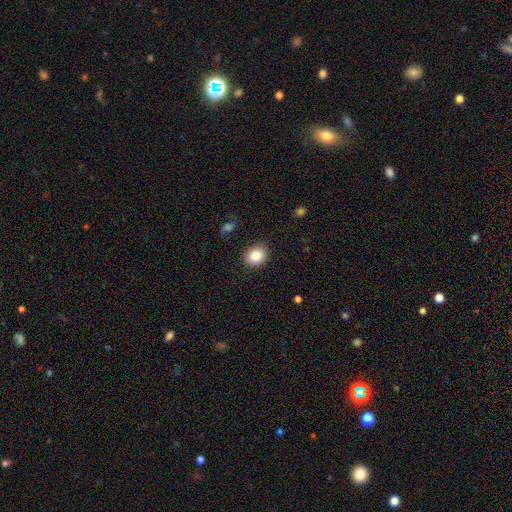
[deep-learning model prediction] Overall: smooth (84%). How rounded: round (65%; in between 34%). Merging: none (87%).